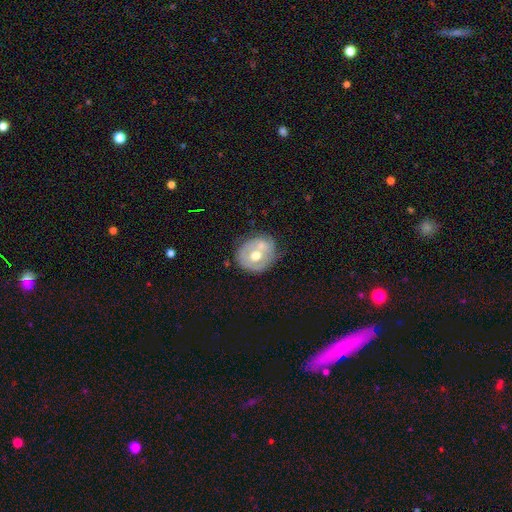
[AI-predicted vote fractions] Smooth or featured? featured or disk (52%)
Edge-on disk? no (96%)
Bar? no (80%)
Spiral arms? no (70%)
Bulge size? moderate (79%)
Merging? none (42%)